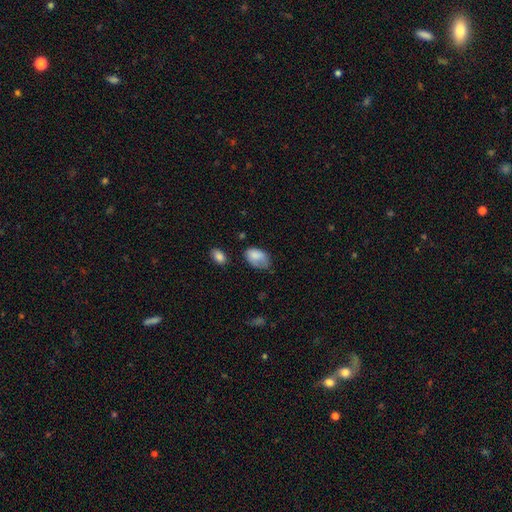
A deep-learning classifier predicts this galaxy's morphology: The model was most divided on "merging": none: 41%, minor disturbance: 38%, major disturbance: 18%, merger: 3%. More confident: how rounded — in between (88%); smooth or featured — smooth (80%).